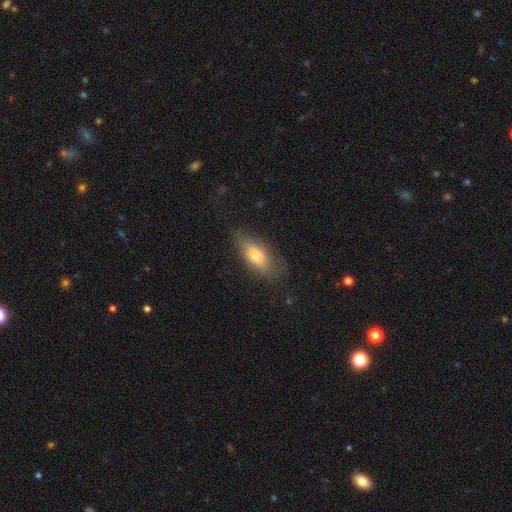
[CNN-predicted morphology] Smooth or featured? smooth (68%)
How rounded? in between (74%)
Merging? none (74%)